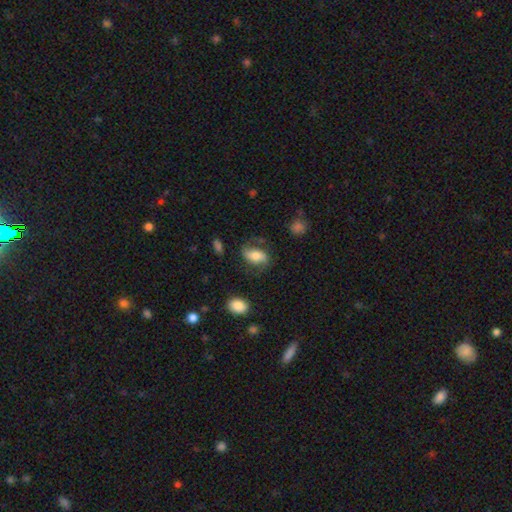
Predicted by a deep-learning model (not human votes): The model was most divided on "smooth or featured": smooth: 52%, featured or disk: 40%, star or artifact: 8%. More confident: how rounded — in between (86%); merging — none (66%).